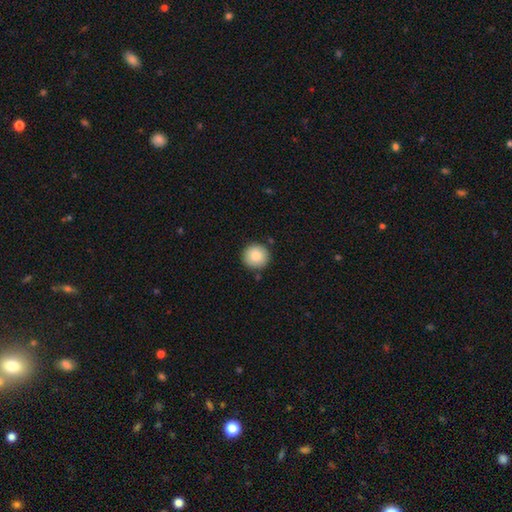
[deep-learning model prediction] Smooth or featured? Predicted: smooth (p=0.85). How rounded? Predicted: round (p=0.95). Merging? Predicted: none (p=0.88).